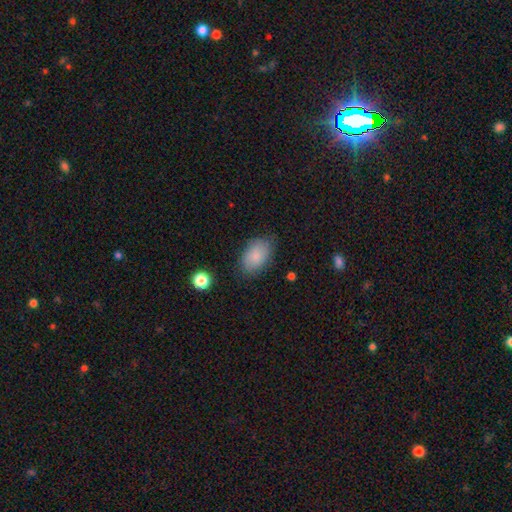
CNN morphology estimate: smooth-or-featured: smooth: 83% | featured or disk: 9% | star or artifact: 7%
  how-rounded: in between: 89% | round: 10% | cigar-shaped: 1%
  merging: none: 79% | minor disturbance: 16% | major disturbance: 4% | merger: 1%